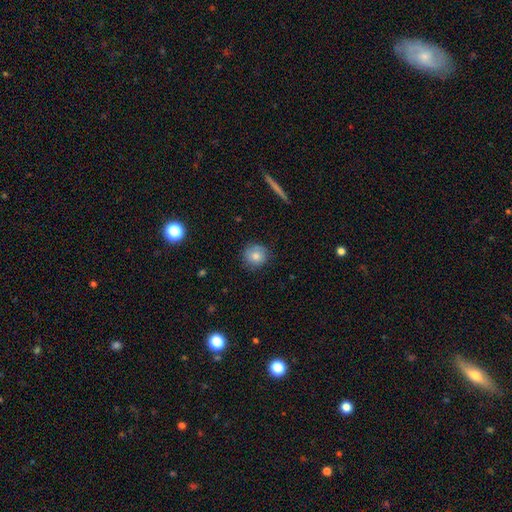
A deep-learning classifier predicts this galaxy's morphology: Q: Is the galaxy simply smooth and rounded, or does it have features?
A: smooth — 80%.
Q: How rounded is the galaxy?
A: round — 92%.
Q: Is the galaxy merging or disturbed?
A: none — 82%.